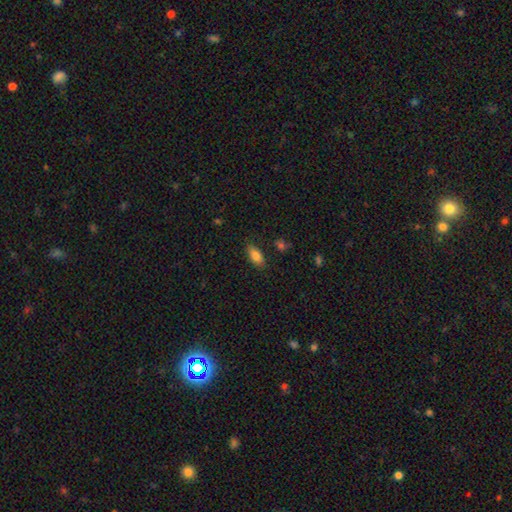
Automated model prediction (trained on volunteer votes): Smooth or featured: smooth — 84% (star or artifact — 8%)
How rounded: in between — 88% (cigar-shaped — 9%)
Merging: none — 82% (minor disturbance — 13%)